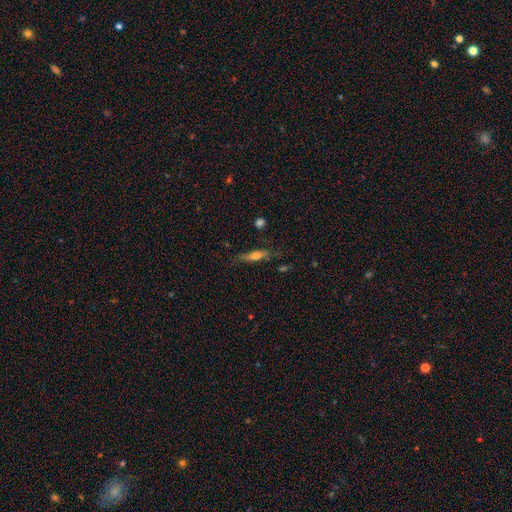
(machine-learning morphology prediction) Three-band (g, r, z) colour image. It shows a smooth galaxy with no disk features (57%) that is cigar-shaped (71%). Merging: none (72%).